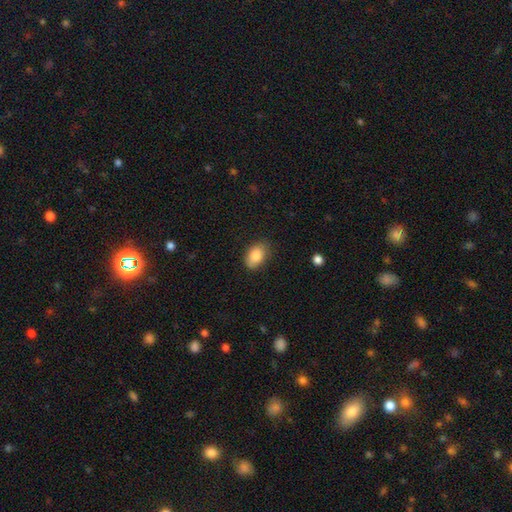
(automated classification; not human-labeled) Smooth or featured? smooth (85%)
How rounded? in between (88%)
Merging? none (80%)